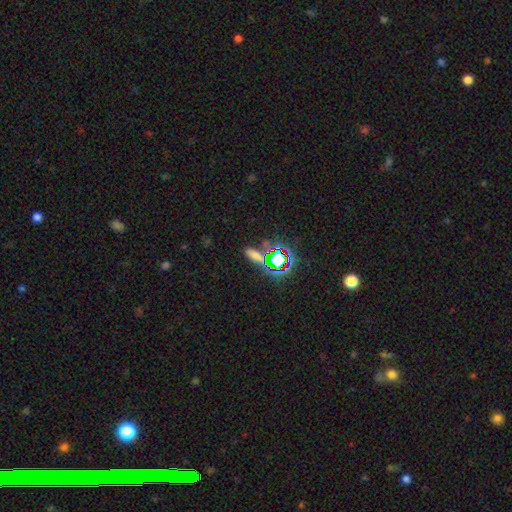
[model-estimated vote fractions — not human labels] A smooth galaxy with no disk features (52%) that is in between round and cigar-shaped (65%).

Vote fractions:
- Smooth or featured? smooth: 52% / star or artifact: 38% / featured or disk: 11%
- How rounded? in between: 65% / cigar-shaped: 24% / round: 11%
- Merging? none: 73% / minor disturbance: 13% / merger: 8% / major disturbance: 6%